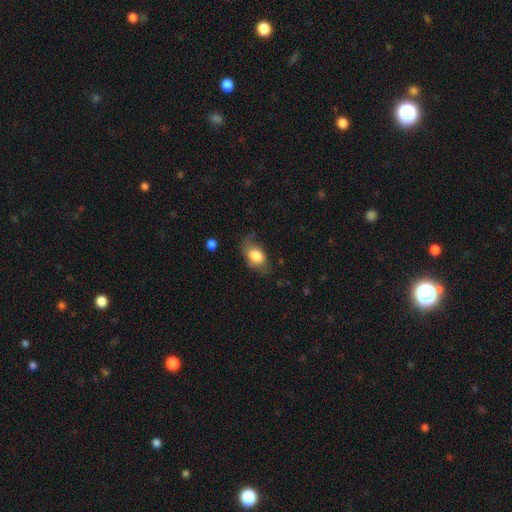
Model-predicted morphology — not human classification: Smooth or featured?
  - smooth: 76% *
  - featured or disk: 16%
  - star or artifact: 7%
How rounded?
  - in between: 84% *
  - round: 15%
  - cigar-shaped: 2%
Merging?
  - none: 52% *
  - minor disturbance: 31%
  - major disturbance: 15%
  - merger: 2%